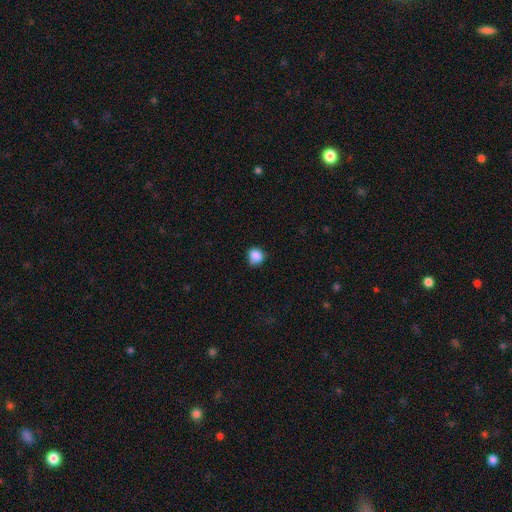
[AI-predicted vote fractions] Smooth or featured? smooth (86%)
How rounded? round (82%)
Merging? none (69%)